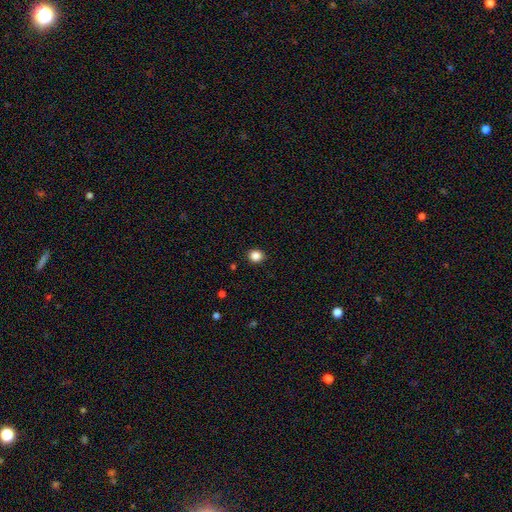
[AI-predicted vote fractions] Smooth or featured?
  - smooth: 86% *
  - star or artifact: 11%
  - featured or disk: 4%
How rounded?
  - round: 78% *
  - in between: 21%
  - cigar-shaped: 1%
Merging?
  - none: 92% *
  - minor disturbance: 5%
  - major disturbance: 2%
  - merger: 1%